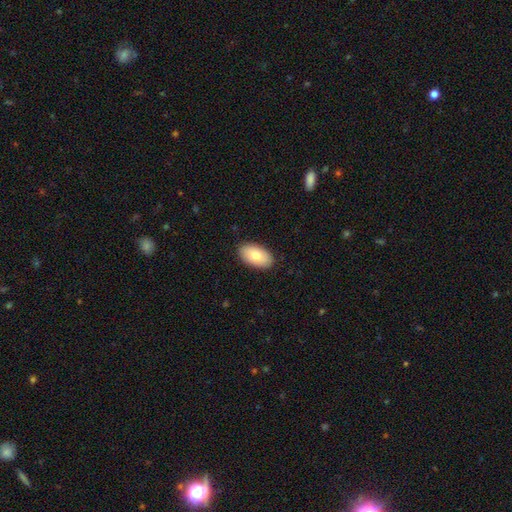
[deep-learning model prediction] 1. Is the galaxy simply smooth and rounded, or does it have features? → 76% smooth, 18% featured or disk, 6% star or artifact.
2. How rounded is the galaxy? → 95% in between, 4% round, 1% cigar-shaped.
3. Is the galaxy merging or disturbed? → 89% none, 9% minor disturbance, 2% major disturbance, 1% merger.